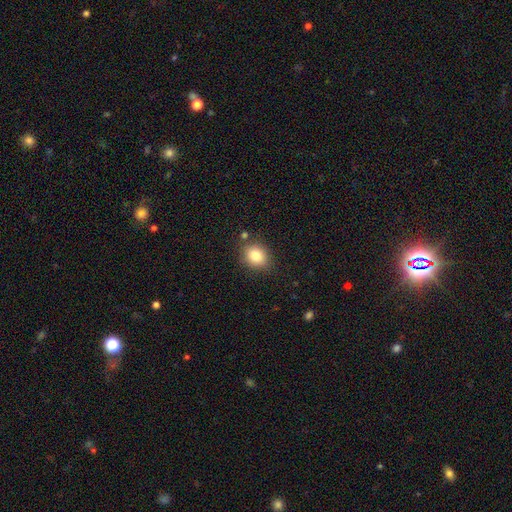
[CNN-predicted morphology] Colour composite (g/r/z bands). It shows a smooth galaxy with no disk features (83%) that is round (59%). Merging: none (80%).